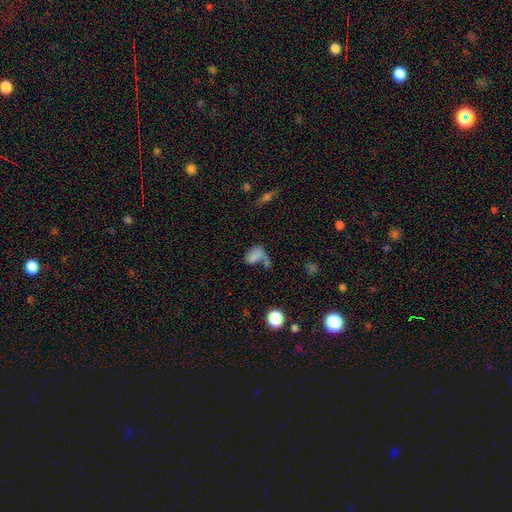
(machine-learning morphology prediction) smooth-or-featured: smooth: 74% | star or artifact: 14% | featured or disk: 12%
  how-rounded: in between: 85% | round: 12% | cigar-shaped: 3%
  merging: merger: 35% | none: 31% | major disturbance: 17% | minor disturbance: 16%